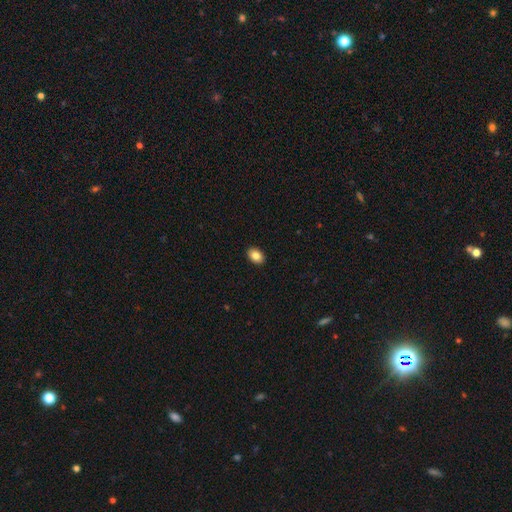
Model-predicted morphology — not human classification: Overall: smooth (85%). How rounded: in between (81%). Merging: none (91%).